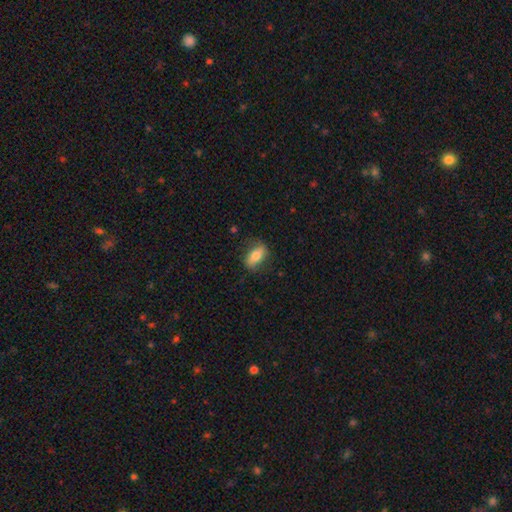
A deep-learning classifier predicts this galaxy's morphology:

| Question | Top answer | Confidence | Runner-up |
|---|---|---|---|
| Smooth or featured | smooth | 66% | featured or disk (28%) |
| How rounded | in between | 79% | cigar-shaped (15%) |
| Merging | none | 75% | minor disturbance (18%) |